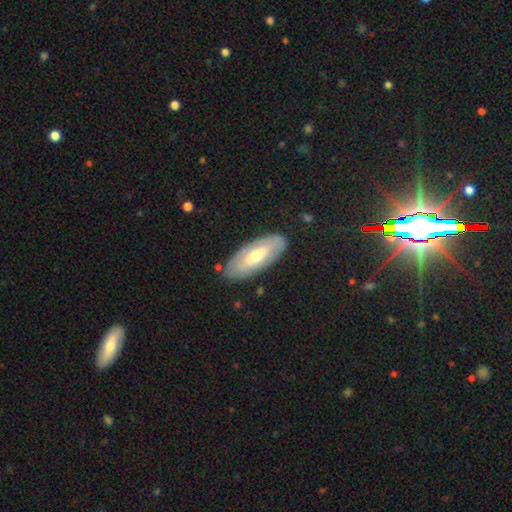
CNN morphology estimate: type=featured or disk (49%); merging=none (85%).